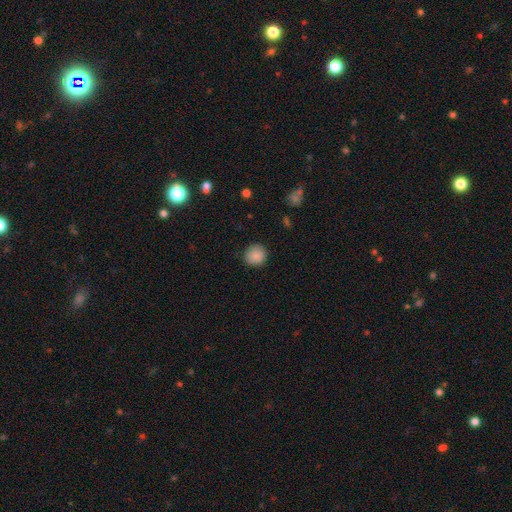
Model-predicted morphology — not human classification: type=smooth (87%); roundness=round (91%); merging=none (87%).